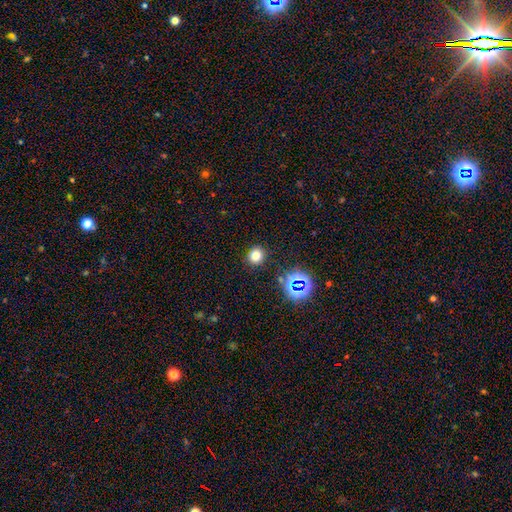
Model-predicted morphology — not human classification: This appears to be a smooth galaxy with no disk features (73%) that is round (82%). Merging: none (89%).